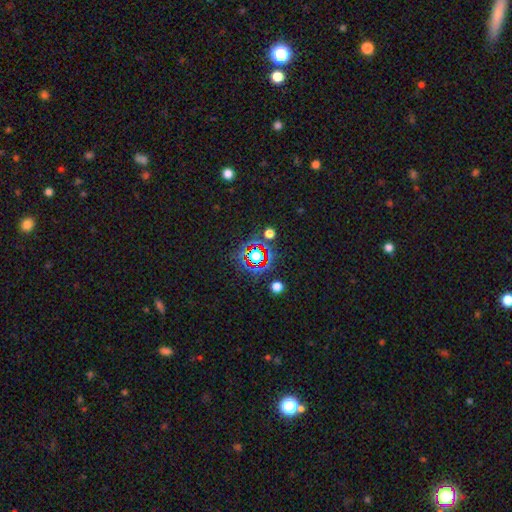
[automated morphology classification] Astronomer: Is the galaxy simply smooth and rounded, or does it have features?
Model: star or artifact — 67%.